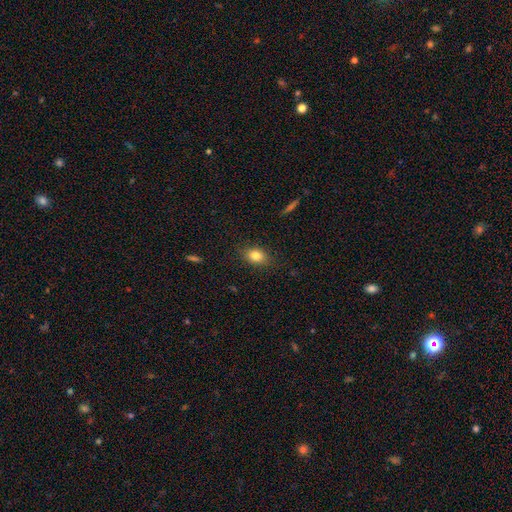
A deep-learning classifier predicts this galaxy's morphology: Smooth or featured: smooth — 81% (star or artifact — 10%)
How rounded: in between — 73% (round — 25%)
Merging: none — 85% (minor disturbance — 12%)